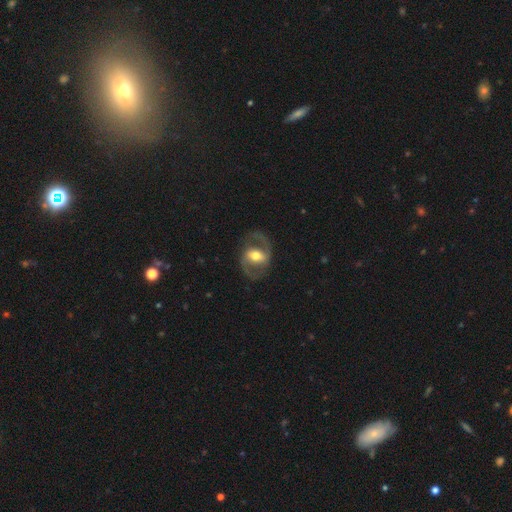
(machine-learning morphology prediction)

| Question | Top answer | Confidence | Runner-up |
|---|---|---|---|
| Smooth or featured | featured or disk | 83% | smooth (12%) |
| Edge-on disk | no | 96% | yes (4%) |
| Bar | weak | 41% | strong (39%) |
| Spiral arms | yes | 89% | no (11%) |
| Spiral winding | medium | 56% | loose (28%) |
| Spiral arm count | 2 | 91% | can't tell (4%) |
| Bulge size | moderate | 69% | large (16%) |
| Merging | none | 79% | minor disturbance (12%) |